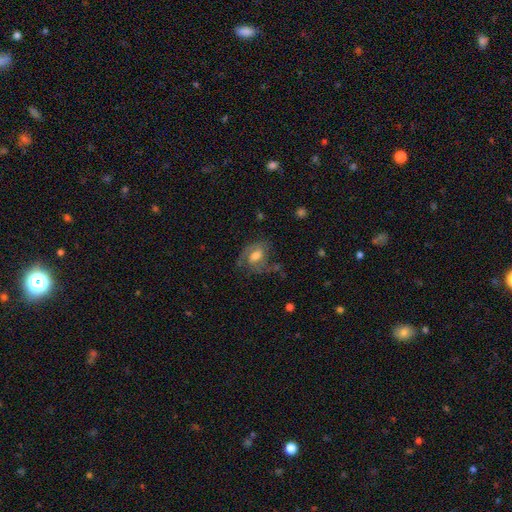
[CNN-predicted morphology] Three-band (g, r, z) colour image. It shows a featured or disk galaxy (66%) with a weak bar (48%), 2 (67%) medium (48%) spiral arms (85%) and a moderate central bulge (56%). Merging: none (54%).